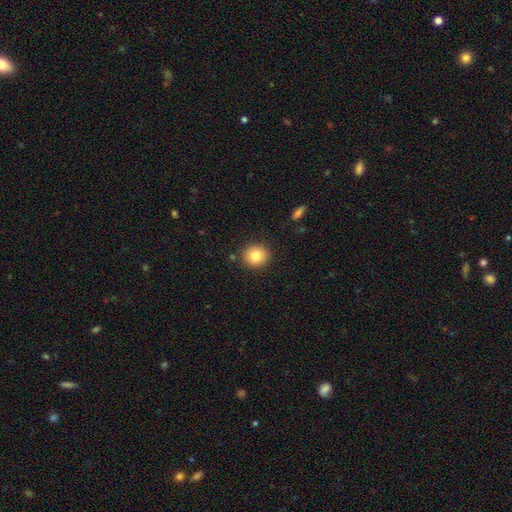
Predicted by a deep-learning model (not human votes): A smooth galaxy with no disk features (82%) that is round (86%). Merging: none (89%).